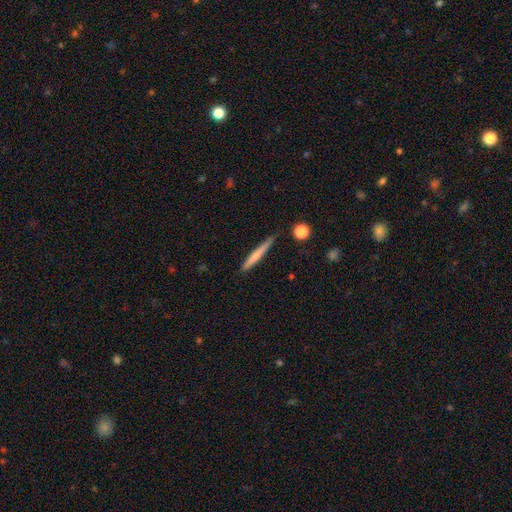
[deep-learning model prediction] smooth_or_featured: smooth (p=0.65) [alt: featured or disk p=0.29]
how_rounded: cigar-shaped (p=0.95) [alt: in between p=0.04]
merging: none (p=0.76) [alt: minor disturbance p=0.18]